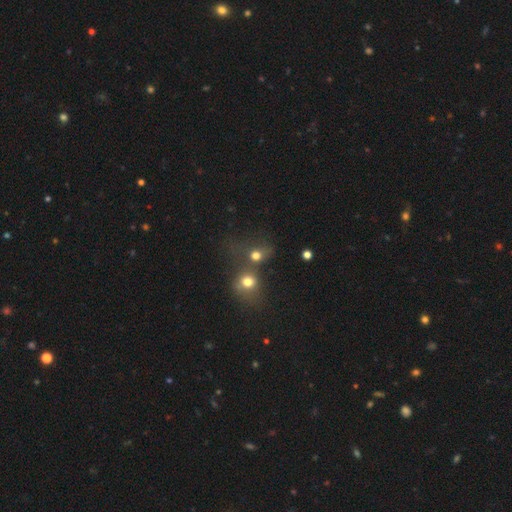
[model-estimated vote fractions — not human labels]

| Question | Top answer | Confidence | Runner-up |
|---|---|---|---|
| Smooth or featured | smooth | 71% | star or artifact (17%) |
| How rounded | round | 74% | in between (24%) |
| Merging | merger | 54% | none (30%) |